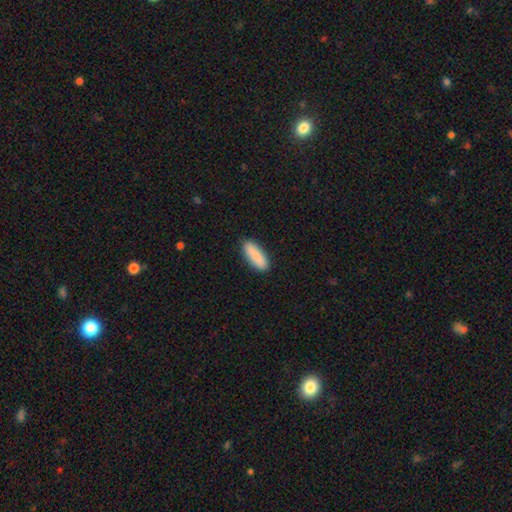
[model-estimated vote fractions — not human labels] Morphology: type=smooth (82%); roundness=in between (64%); merging=none (87%).